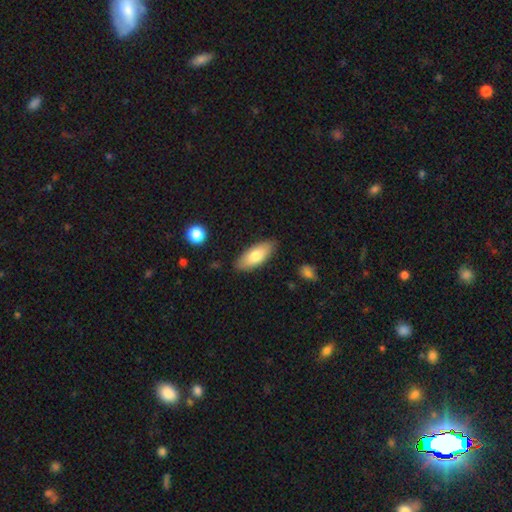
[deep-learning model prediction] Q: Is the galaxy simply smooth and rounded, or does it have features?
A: smooth — 76%.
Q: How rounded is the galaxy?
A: in between — 82%.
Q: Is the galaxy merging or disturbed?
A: none — 84%.